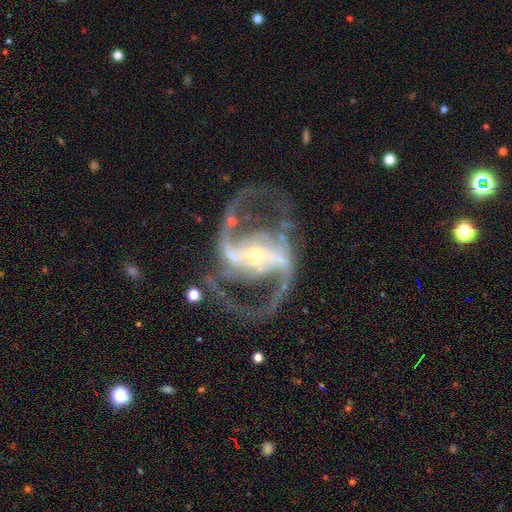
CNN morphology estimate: A featured or disk galaxy (93%) with a strong bar (67%), 2 (91%) medium (61%) spiral arms (98%) and a small central bulge (67%).

Vote fractions:
- Smooth or featured? featured or disk: 93% / star or artifact: 5% / smooth: 2%
- Edge-on disk? no: 98% / yes: 2%
- Bar? strong: 67% / weak: 22% / no: 11%
- Spiral arms? yes: 98% / no: 2%
- Spiral winding? medium: 61% / loose: 28% / tight: 11%
- Spiral arm count? 2: 91% / 3: 3% / can't tell: 2% / 1: 1% / 4: 1% / more than 4: 1%
- Bulge size? small: 67% / moderate: 29% / large: 2% / none: 1% / dominant: 1%
- Merging? none: 74% / minor disturbance: 13% / major disturbance: 11% / merger: 3%